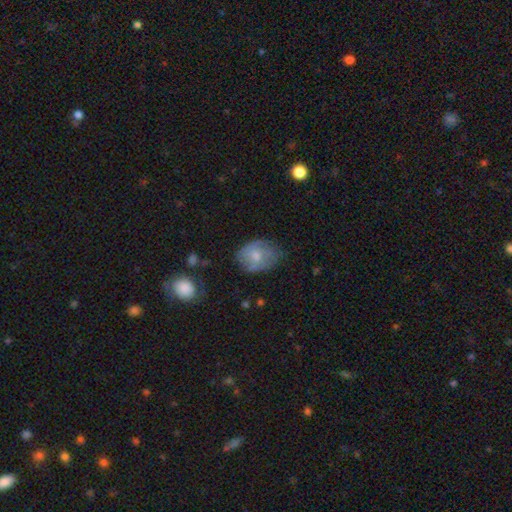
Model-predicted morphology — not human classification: Smooth or featured? smooth (63%)
How rounded? in between (64%)
Merging? none (55%)